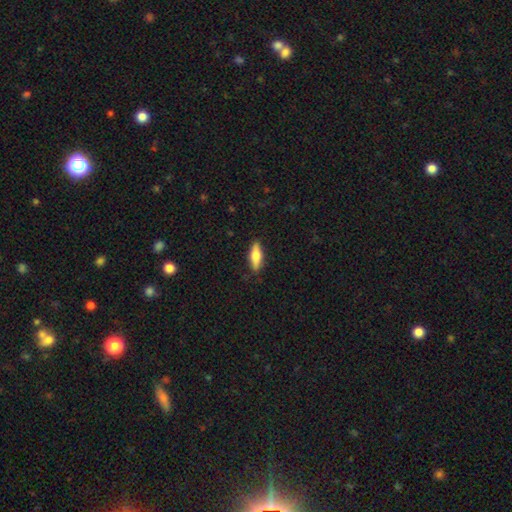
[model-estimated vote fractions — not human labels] Smooth or featured?
  - smooth: 68% *
  - featured or disk: 27%
  - star or artifact: 6%
How rounded?
  - in between: 57% *
  - cigar-shaped: 41%
  - round: 2%
Merging?
  - none: 85% *
  - minor disturbance: 12%
  - major disturbance: 2%
  - merger: 1%